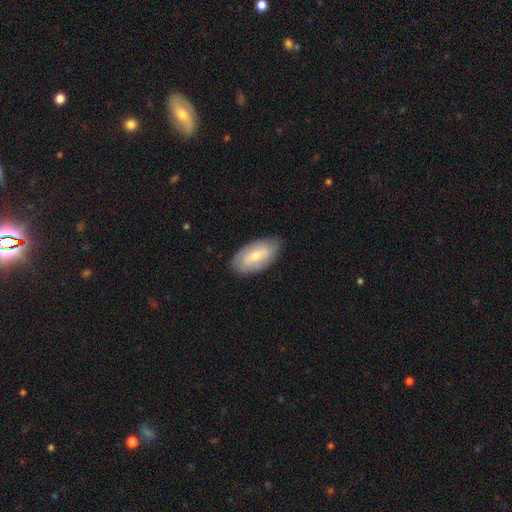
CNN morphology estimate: type=smooth (53%); roundness=in between (93%); merging=none (79%).